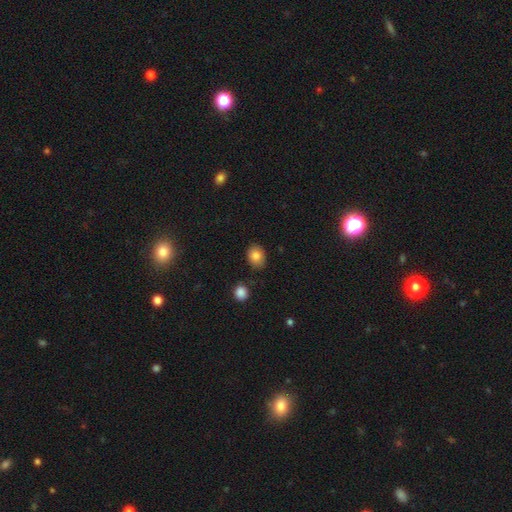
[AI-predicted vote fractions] This is clearly a smooth galaxy (84%). How rounded: possibly in between (58%). Merging: clearly none (81%).